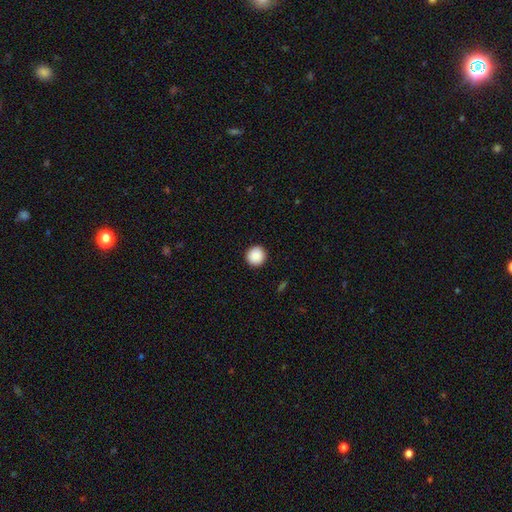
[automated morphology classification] A smooth galaxy with no disk features (89%) that is round (95%).

Vote fractions:
- Smooth or featured? smooth: 89% / star or artifact: 8% / featured or disk: 3%
- How rounded? round: 95% / in between: 4% / cigar-shaped: 1%
- Merging? none: 93% / minor disturbance: 5% / major disturbance: 2% / merger: 1%